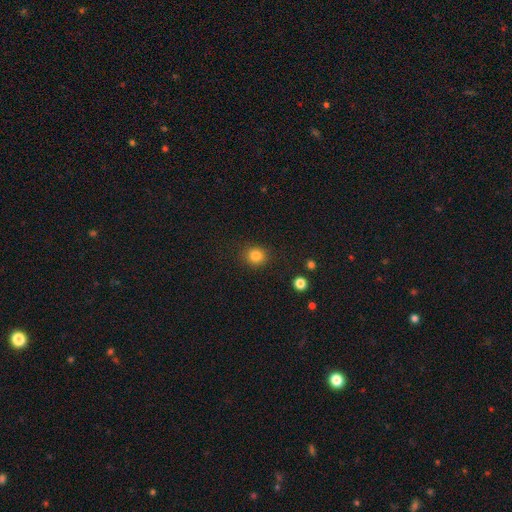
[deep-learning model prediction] Morphology: type=smooth (84%); roundness=round (84%); merging=none (89%).